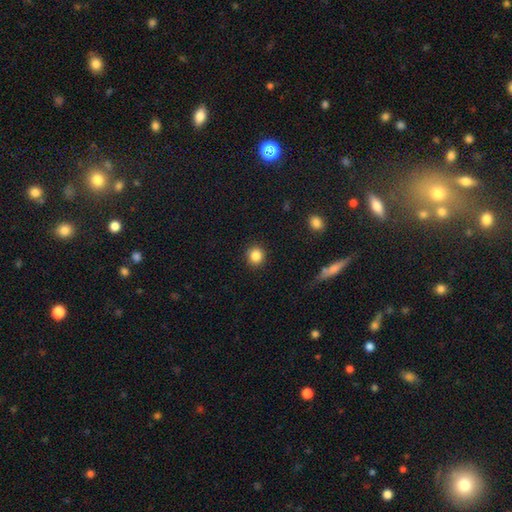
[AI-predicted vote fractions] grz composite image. It shows a smooth galaxy with no disk features (85%) that is round (91%). Merging: none (91%).